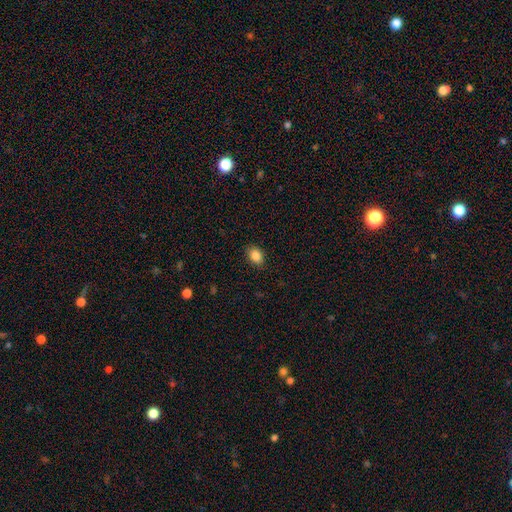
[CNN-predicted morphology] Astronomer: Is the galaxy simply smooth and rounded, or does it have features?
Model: smooth — 86%.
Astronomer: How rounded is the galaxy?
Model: in between — 77%.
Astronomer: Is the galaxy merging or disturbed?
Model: none — 88%.